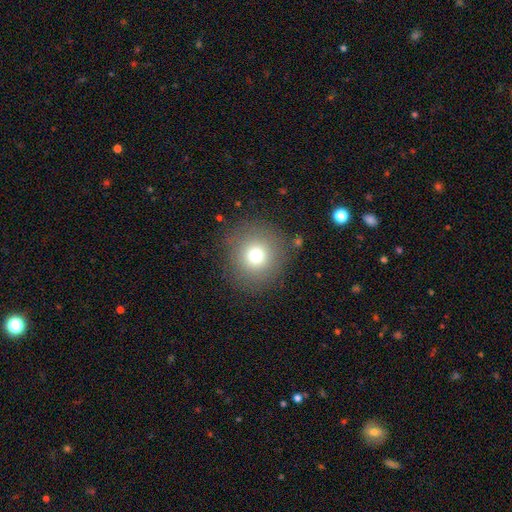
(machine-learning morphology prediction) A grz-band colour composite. It shows a smooth galaxy with no disk features (73%) that is round (93%). Merging: none (86%).